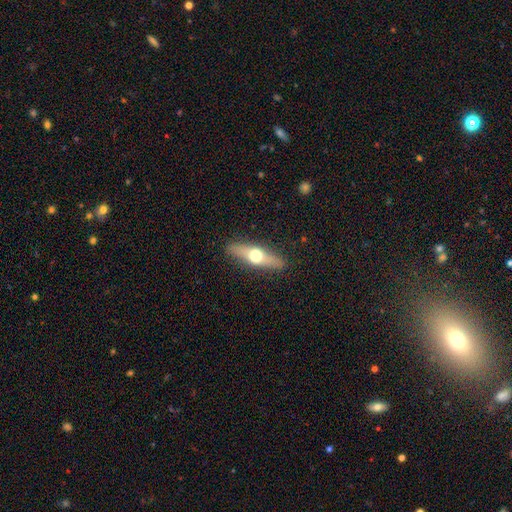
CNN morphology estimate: Smooth or featured: featured or disk — 54% (smooth — 40%)
Edge-on disk: yes — 89% (no — 11%)
Merging: none — 89% (minor disturbance — 8%)